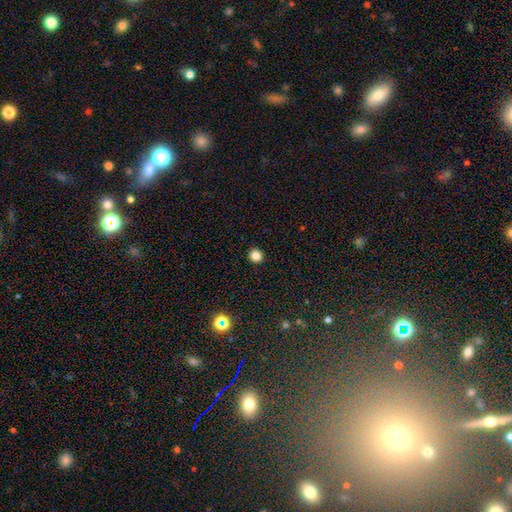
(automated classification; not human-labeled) A smooth galaxy with no disk features (83%) that is round (93%). Merging: none (93%).